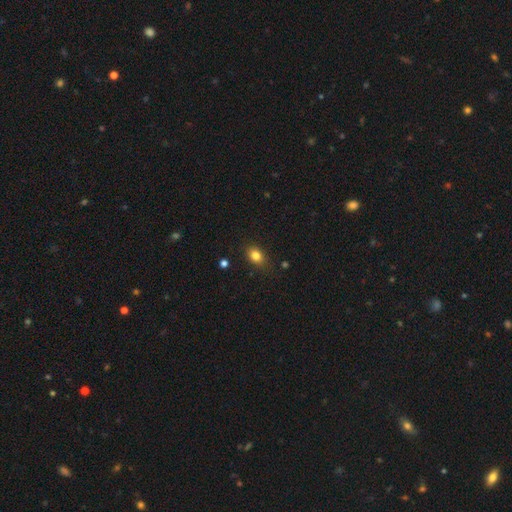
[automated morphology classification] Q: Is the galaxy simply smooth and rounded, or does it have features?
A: smooth — 83%.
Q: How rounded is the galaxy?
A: in between — 62%.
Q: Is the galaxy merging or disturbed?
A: none — 81%.